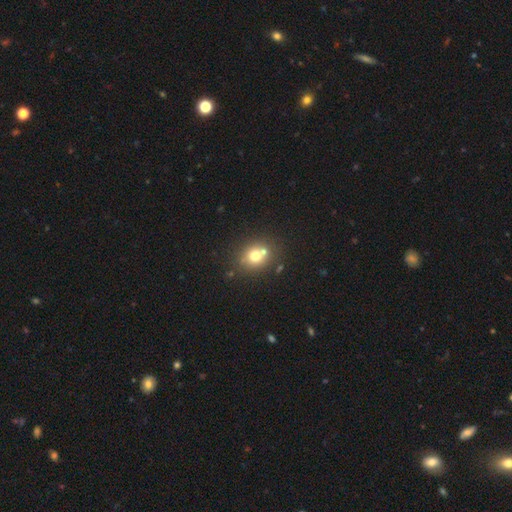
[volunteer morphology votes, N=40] Smooth or featured: smooth — 80% (featured or disk — 12%)
How rounded: round — 59% (in between — 41%)
Merging: none — 65% (merger — 24%)